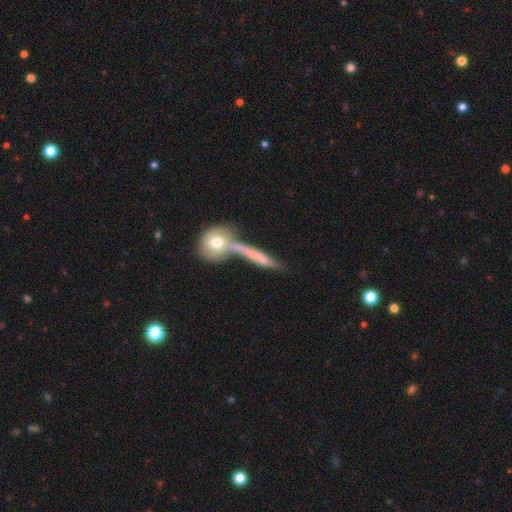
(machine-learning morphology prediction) A smooth galaxy with no disk features (57%) that is cigar-shaped (63%). Merging: merger (39%).